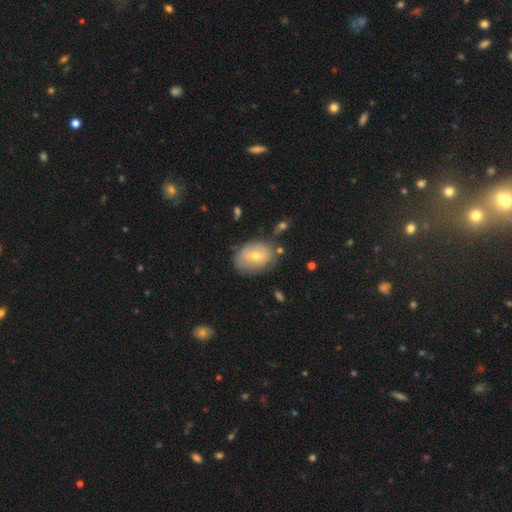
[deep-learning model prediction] Smooth or featured?
  - smooth: 52% *
  - featured or disk: 38%
  - star or artifact: 9%
How rounded?
  - in between: 67% *
  - round: 32%
  - cigar-shaped: 1%
Merging?
  - none: 69% *
  - minor disturbance: 22%
  - major disturbance: 6%
  - merger: 3%